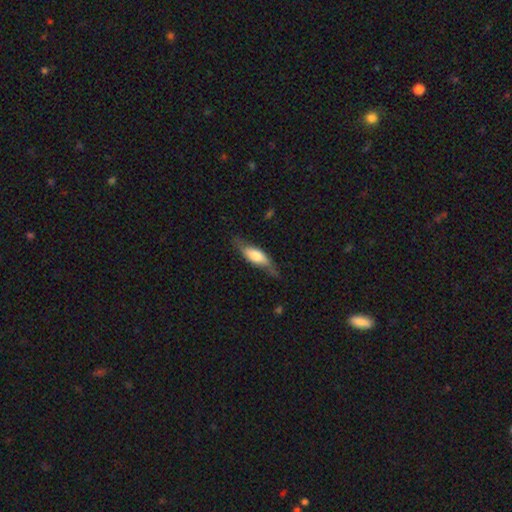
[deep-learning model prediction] The model was most divided on "smooth or featured": smooth: 51%, featured or disk: 43%, star or artifact: 6%. More confident: merging — none (65%); how rounded — in between (55%).